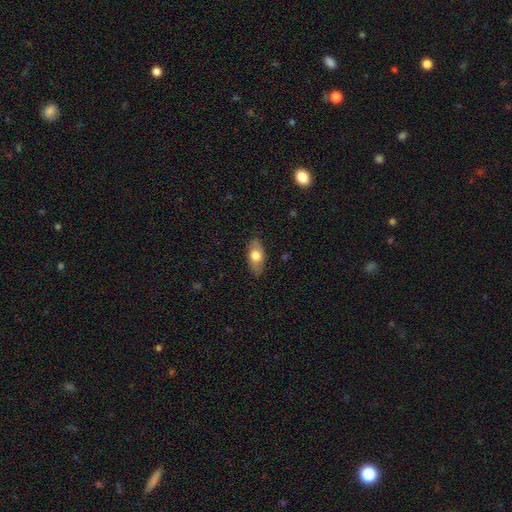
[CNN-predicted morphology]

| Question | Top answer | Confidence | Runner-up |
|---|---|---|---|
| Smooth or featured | smooth | 67% | featured or disk (27%) |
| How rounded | in between | 89% | cigar-shaped (6%) |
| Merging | none | 84% | minor disturbance (12%) |